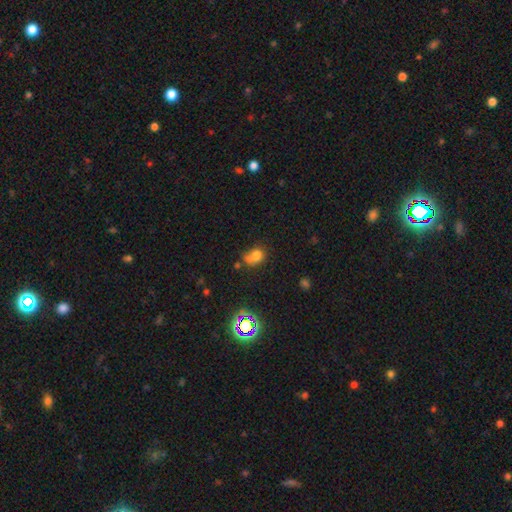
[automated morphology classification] This is likely a smooth galaxy (72%). How rounded: likely round (66%). Merging: marginally none (42%).